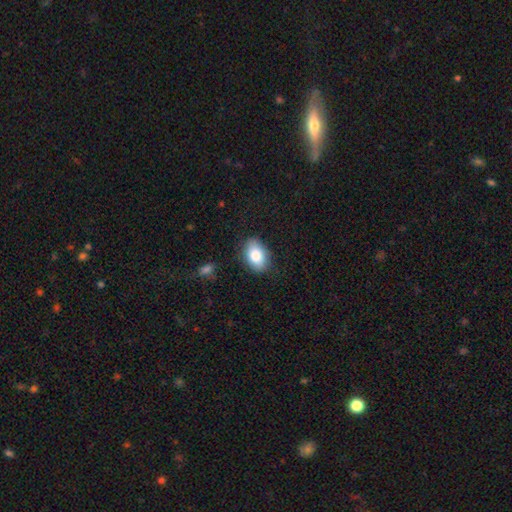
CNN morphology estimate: type=smooth (83%); roundness=in between (86%); merging=none (83%).